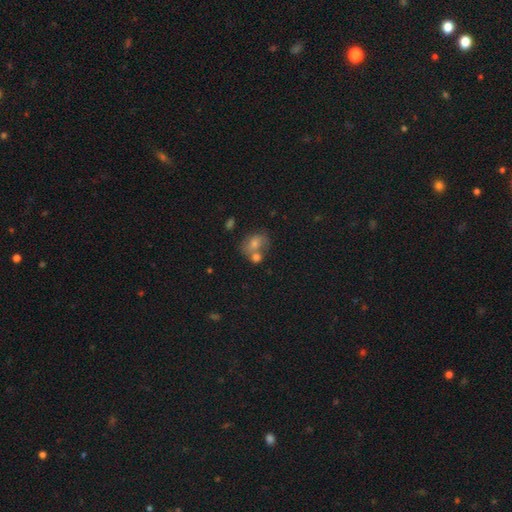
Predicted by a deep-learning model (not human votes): The model was most divided on "how rounded": round: 51%, in between: 47%, cigar-shaped: 2%. Remaining: smooth or featured — smooth (59%); merging — none (46%).